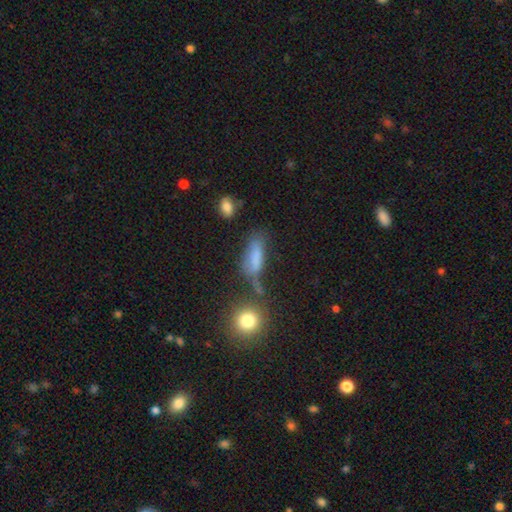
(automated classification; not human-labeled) Morphology: type=smooth (64%); roundness=in between (50%); merging=none (49%).